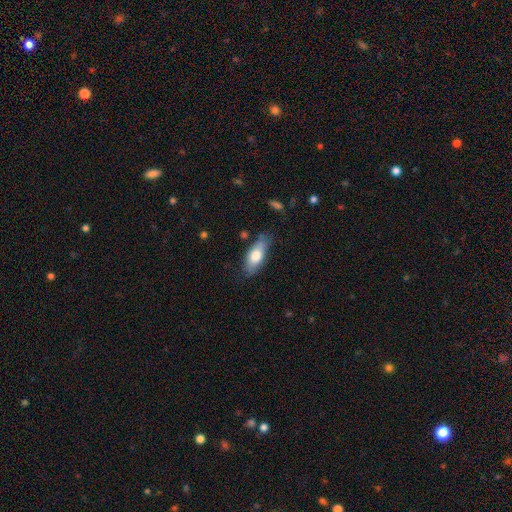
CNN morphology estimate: smooth 72%, featured or disk 22%, star or artifact 6%. Down the decision tree: how rounded — in between (77%); merging — none (72%).